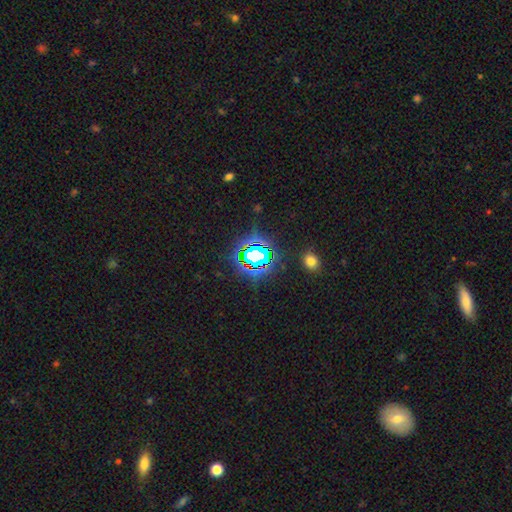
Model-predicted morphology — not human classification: smooth-or-featured: star or artifact: 74% | smooth: 15% | featured or disk: 11%